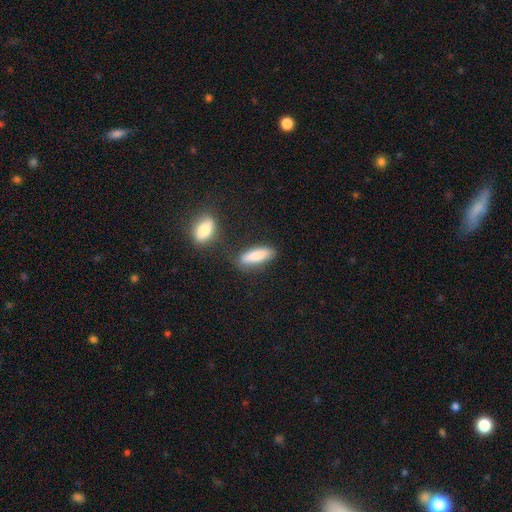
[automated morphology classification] Smooth or featured: smooth — 83% (featured or disk — 11%)
How rounded: in between — 50% (cigar-shaped — 48%)
Merging: none — 75% (minor disturbance — 13%)